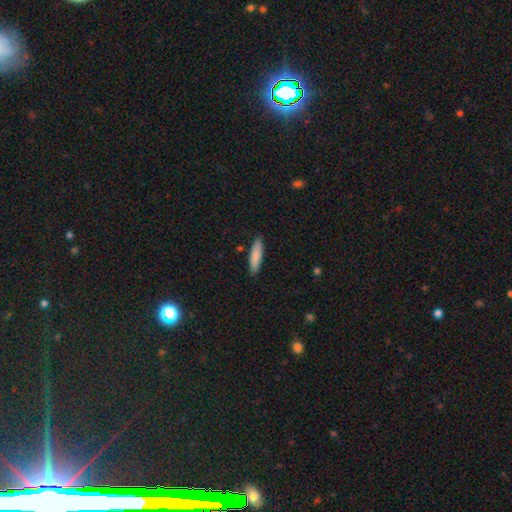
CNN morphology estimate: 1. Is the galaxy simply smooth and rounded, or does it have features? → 85% smooth, 10% featured or disk, 5% star or artifact.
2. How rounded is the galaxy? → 72% cigar-shaped, 26% in between, 1% round.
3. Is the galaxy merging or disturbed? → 88% none, 9% minor disturbance, 2% merger, 2% major disturbance.